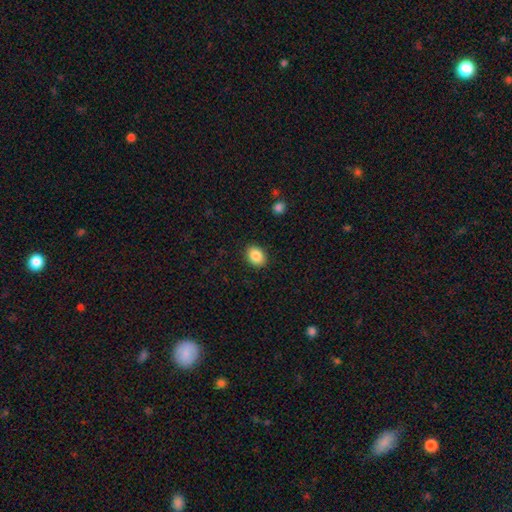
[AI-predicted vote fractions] A smooth galaxy with no disk features (87%) that is in between round and cigar-shaped (67%). Merging: none (89%).